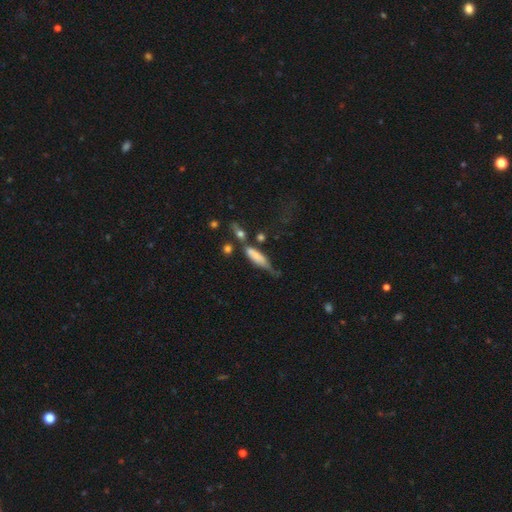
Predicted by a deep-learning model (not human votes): A smooth galaxy with no disk features (66%) that is cigar-shaped (59%).

Vote fractions:
- Smooth or featured? smooth: 66% / featured or disk: 25% / star or artifact: 8%
- How rounded? cigar-shaped: 59% / in between: 38% / round: 3%
- Merging? none: 36% / minor disturbance: 31% / merger: 17% / major disturbance: 17%